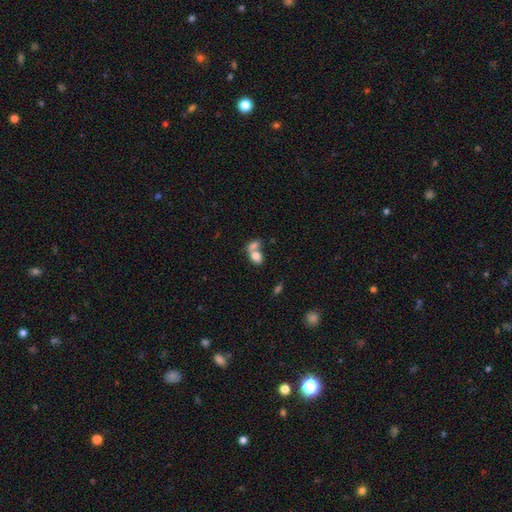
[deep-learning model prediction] A smooth galaxy with no disk features (78%) that is in between round and cigar-shaped (77%).

Vote fractions:
- Smooth or featured? smooth: 78% / featured or disk: 13% / star or artifact: 9%
- How rounded? in between: 77% / round: 21% / cigar-shaped: 2%
- Merging? merger: 65% / none: 23% / minor disturbance: 7% / major disturbance: 4%